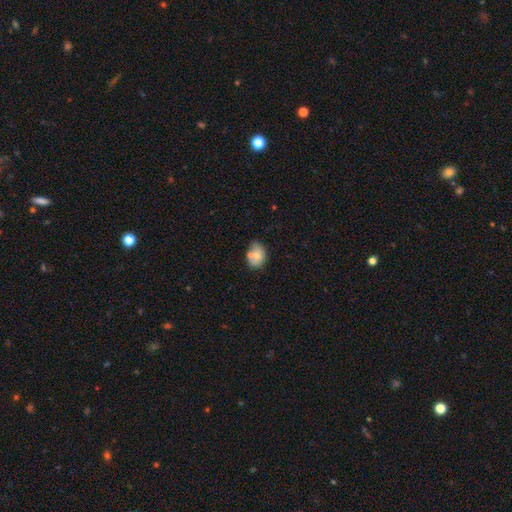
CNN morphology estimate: smooth 71%, featured or disk 21%, star or artifact 8%. Down the decision tree: how rounded — in between (70%); merging — none (46%).